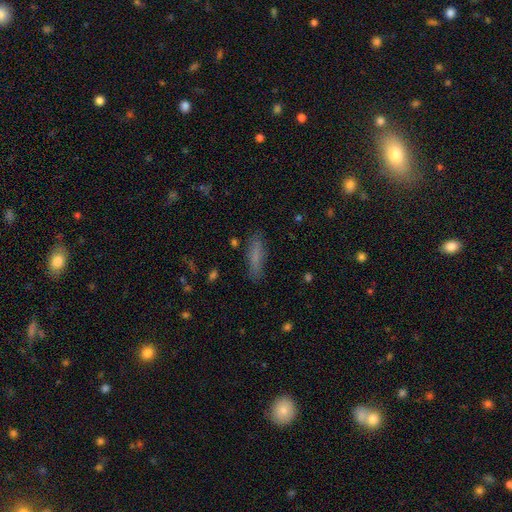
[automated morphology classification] The model was most divided on "how rounded": cigar-shaped: 75%, in between: 23%, round: 2%. More confident: merging — none (83%); smooth or featured — smooth (73%).